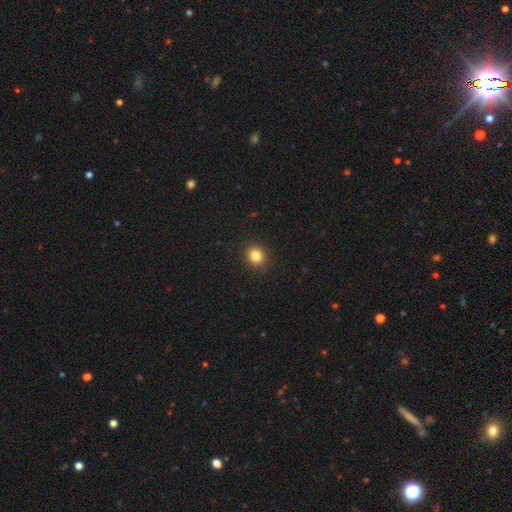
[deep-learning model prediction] Overall: smooth (84%). How rounded: round (86%). Merging: none (91%).